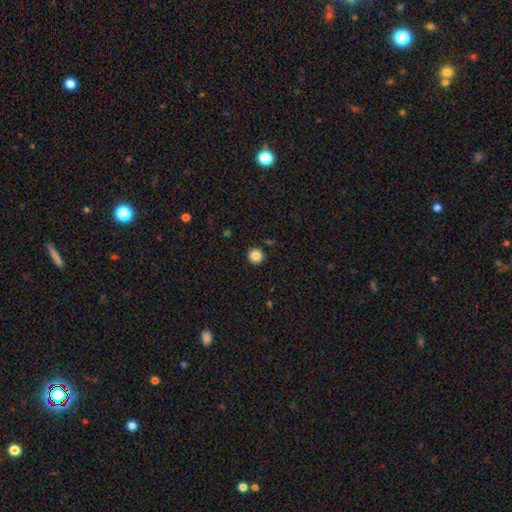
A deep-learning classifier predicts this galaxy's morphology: A smooth galaxy with no disk features (85%) that is round (96%).

Vote fractions:
- Smooth or featured? smooth: 85% / star or artifact: 10% / featured or disk: 5%
- How rounded? round: 96% / in between: 3% / cigar-shaped: 1%
- Merging? none: 92% / minor disturbance: 5% / major disturbance: 2% / merger: 2%